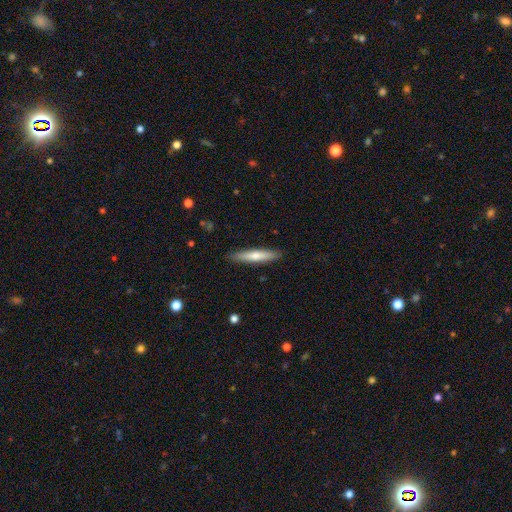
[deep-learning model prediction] Smooth or featured?
  - smooth: 63% *
  - featured or disk: 32%
  - star or artifact: 6%
How rounded?
  - cigar-shaped: 89% *
  - in between: 10%
  - round: 1%
Merging?
  - none: 89% *
  - minor disturbance: 8%
  - major disturbance: 2%
  - merger: 1%